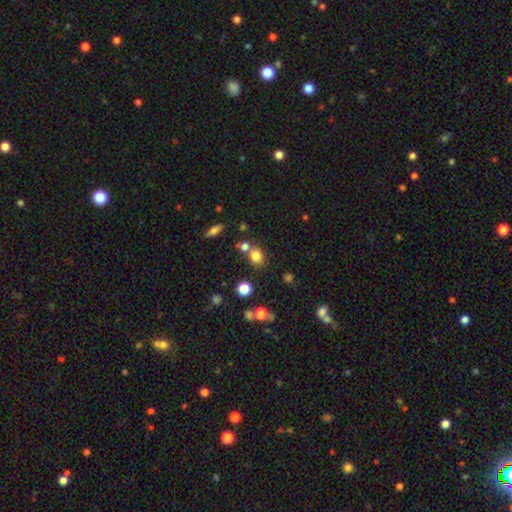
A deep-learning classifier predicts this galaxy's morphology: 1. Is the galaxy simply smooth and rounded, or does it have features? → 78% smooth, 15% star or artifact, 7% featured or disk.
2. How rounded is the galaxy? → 66% round, 33% in between, 1% cigar-shaped.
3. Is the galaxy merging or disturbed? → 61% none, 24% merger, 11% minor disturbance, 4% major disturbance.